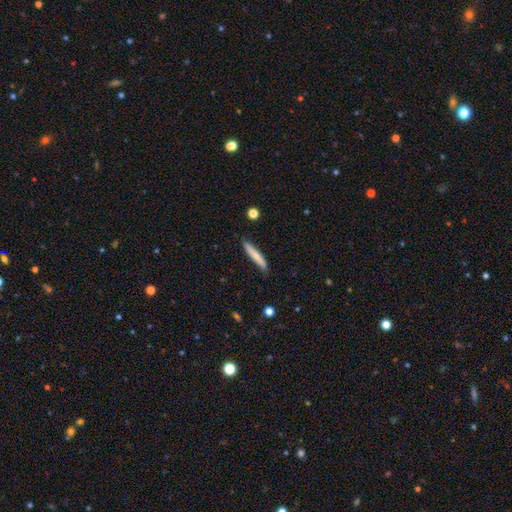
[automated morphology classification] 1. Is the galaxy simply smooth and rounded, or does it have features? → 67% smooth, 27% featured or disk, 6% star or artifact.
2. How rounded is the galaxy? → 92% cigar-shaped, 7% in between, 1% round.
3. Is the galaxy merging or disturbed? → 81% none, 15% minor disturbance, 2% major disturbance, 2% merger.